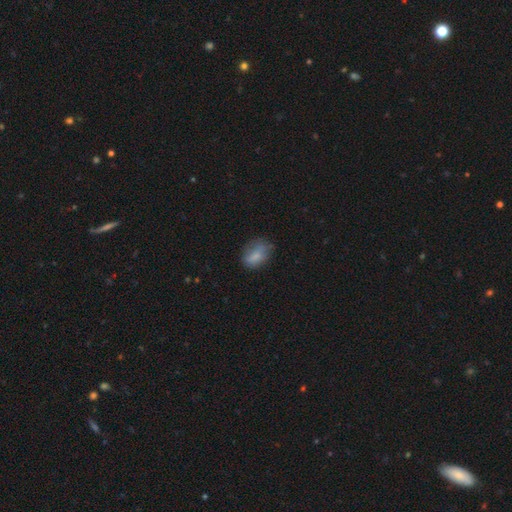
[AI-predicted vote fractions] A smooth galaxy with no disk features (76%) that is in between round and cigar-shaped (85%).

Vote fractions:
- Smooth or featured? smooth: 76% / featured or disk: 15% / star or artifact: 9%
- How rounded? in between: 85% / round: 13% / cigar-shaped: 3%
- Merging? none: 54% / minor disturbance: 31% / major disturbance: 13% / merger: 2%